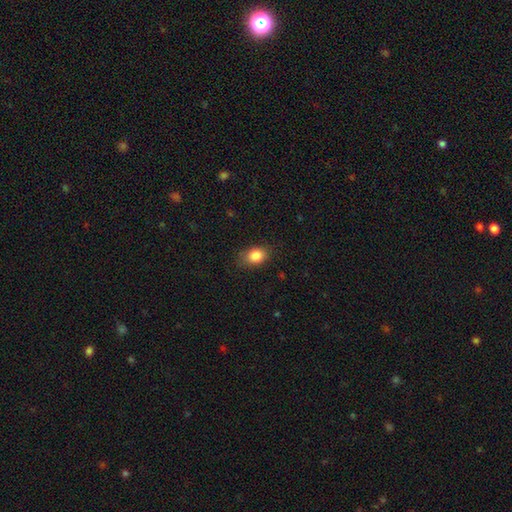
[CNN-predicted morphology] Smooth or featured: smooth — 85% (star or artifact — 9%)
How rounded: in between — 67% (round — 31%)
Merging: none — 78% (minor disturbance — 17%)